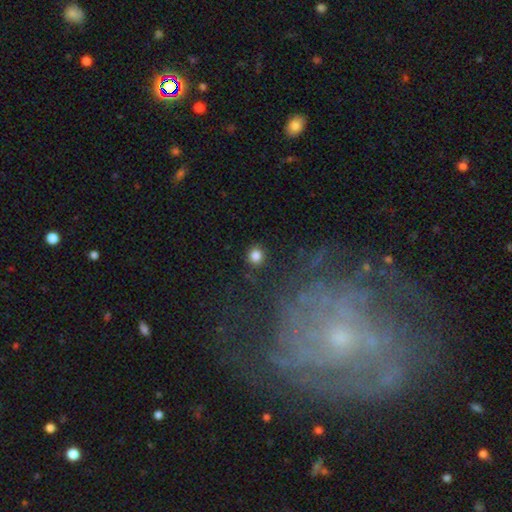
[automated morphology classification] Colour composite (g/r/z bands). It shows a smooth galaxy with no disk features (82%) that is round (90%). Merging: none (89%).